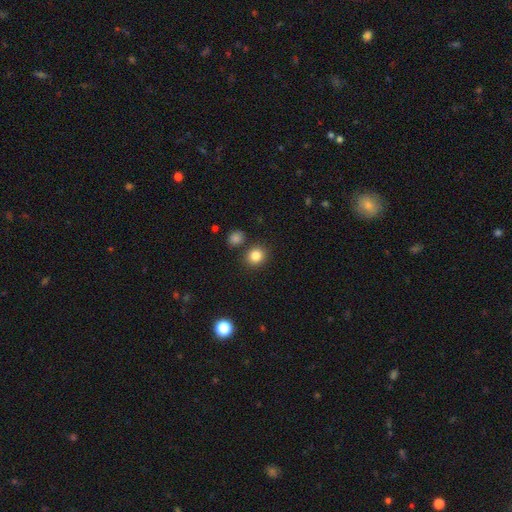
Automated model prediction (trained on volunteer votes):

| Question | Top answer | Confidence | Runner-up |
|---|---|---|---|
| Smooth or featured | smooth | 84% | star or artifact (11%) |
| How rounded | round | 80% | in between (20%) |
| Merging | none | 83% | minor disturbance (8%) |